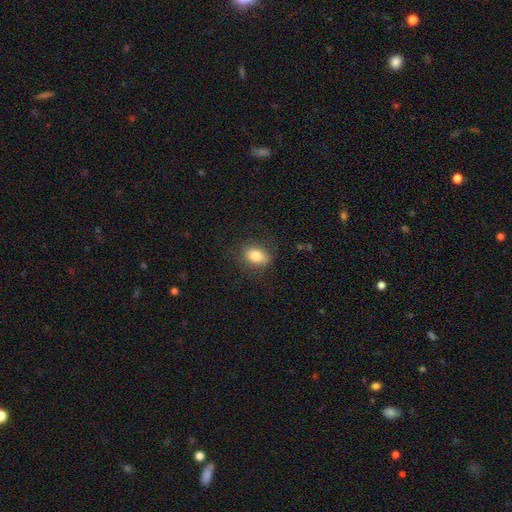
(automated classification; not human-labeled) A smooth galaxy with no disk features (80%) that is in between round and cigar-shaped (72%).

Vote fractions:
- Smooth or featured? smooth: 80% / featured or disk: 10% / star or artifact: 10%
- How rounded? in between: 72% / round: 26% / cigar-shaped: 2%
- Merging? none: 81% / minor disturbance: 13% / major disturbance: 4% / merger: 1%